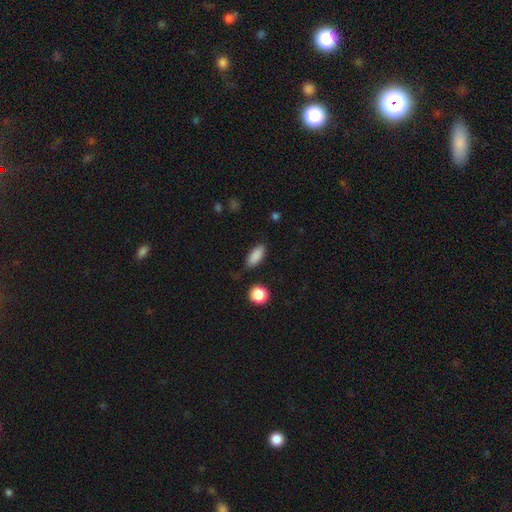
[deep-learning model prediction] This is clearly a smooth galaxy (87%). How rounded: clearly in between (83%). Merging: clearly none (81%).